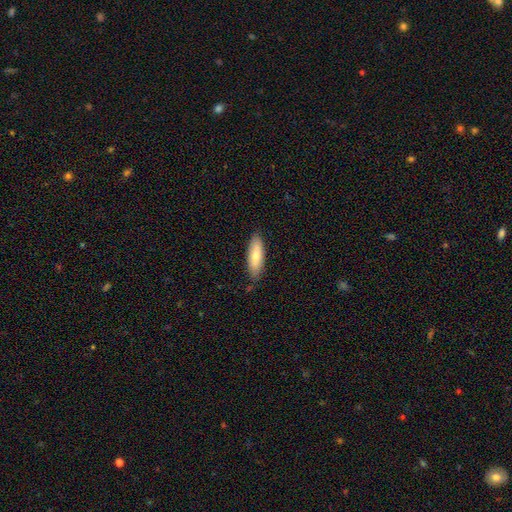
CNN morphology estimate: smooth-or-featured: smooth: 72% | featured or disk: 22% | star or artifact: 6%
  how-rounded: in between: 58% | cigar-shaped: 41% | round: 2%
  merging: none: 83% | minor disturbance: 13% | major disturbance: 2% | merger: 1%